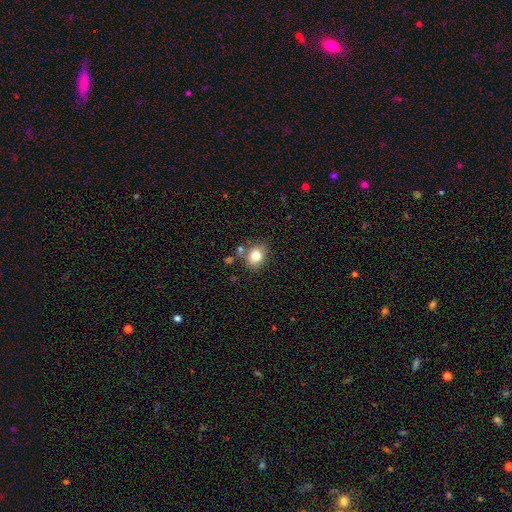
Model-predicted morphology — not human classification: Smooth or featured? Predicted: smooth (p=0.81). How rounded? Predicted: in between (p=0.51). Merging? Predicted: none (p=0.71).